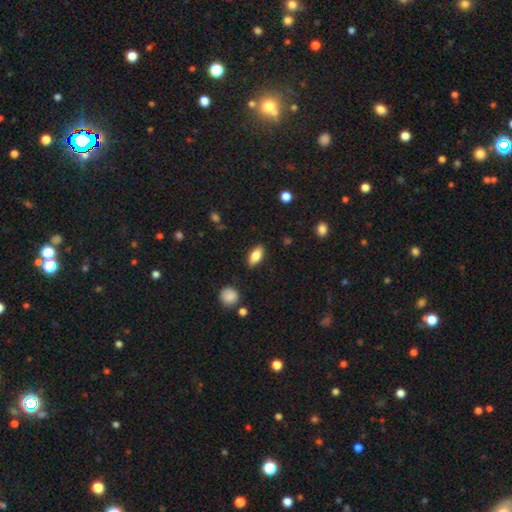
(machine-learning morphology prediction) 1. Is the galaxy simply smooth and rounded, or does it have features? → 79% smooth, 14% featured or disk, 7% star or artifact.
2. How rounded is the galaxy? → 84% in between, 12% cigar-shaped, 4% round.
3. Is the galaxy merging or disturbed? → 86% none, 10% minor disturbance, 2% major disturbance, 1% merger.